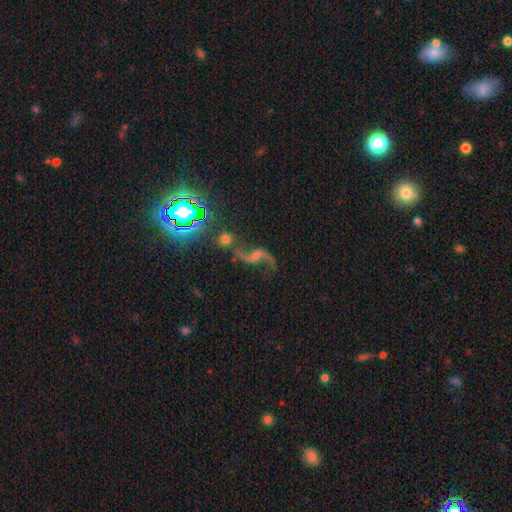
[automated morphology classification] smooth-or-featured: featured or disk: 83% | star or artifact: 11% | smooth: 6%
  disk-edge-on: no: 97% | yes: 3%
    bar: no: 49% | weak: 38% | strong: 14%
    has-spiral-arms: yes: 95% | no: 5%
      spiral-winding: loose: 93% | medium: 5% | tight: 2%
      spiral-arm-count: 2: 93% | 1: 3% | can't tell: 1% | 3: 1% | 4: 1% | more than 4: 1%
    bulge-size: none: 38% | small: 36% | moderate: 20% | large: 4% | dominant: 2%
  merging: none: 66% | minor disturbance: 14% | major disturbance: 11% | merger: 9%